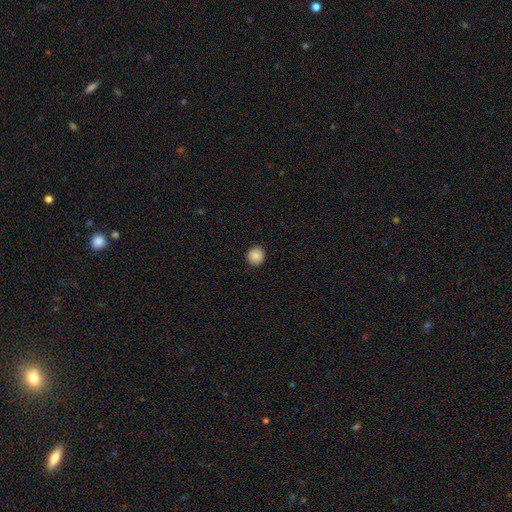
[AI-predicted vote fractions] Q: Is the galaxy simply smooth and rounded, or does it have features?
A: smooth — 86%.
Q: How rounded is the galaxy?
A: round — 89%.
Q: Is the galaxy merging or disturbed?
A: none — 90%.